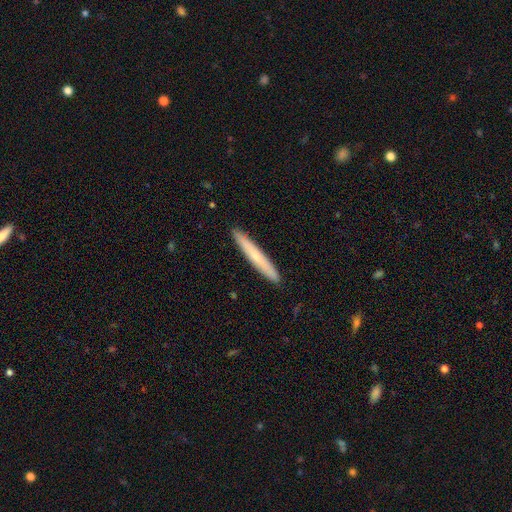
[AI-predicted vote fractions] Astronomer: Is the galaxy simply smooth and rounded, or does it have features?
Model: smooth — 60% (runner-up: featured or disk, 35%).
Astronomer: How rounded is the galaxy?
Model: cigar-shaped — 96%.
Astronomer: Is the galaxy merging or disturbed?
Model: none — 92%.